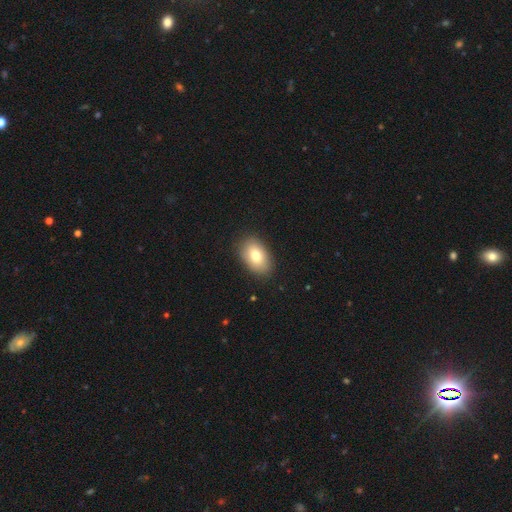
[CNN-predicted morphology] Smooth or featured? Predicted: smooth (p=0.79). How rounded? Predicted: in between (p=0.90). Merging? Predicted: none (p=0.87).